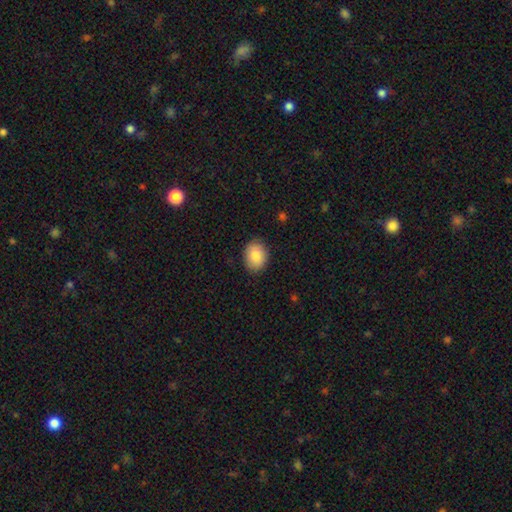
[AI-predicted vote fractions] This is clearly a smooth galaxy (87%). How rounded: likely in between (67%). Merging: clearly none (86%).